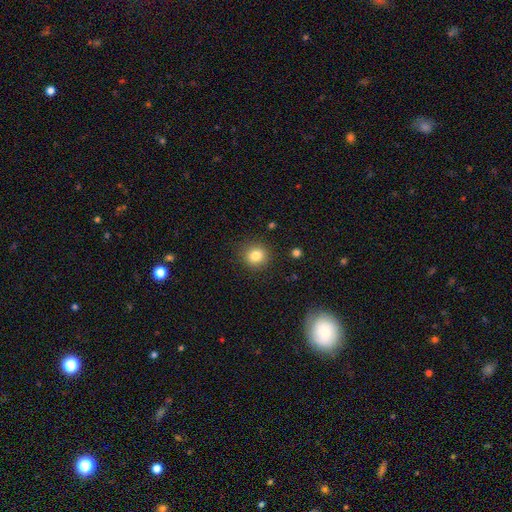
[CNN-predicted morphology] smooth 82%, star or artifact 11%, featured or disk 7%. Down the decision tree: how rounded — round (90%); merging — none (89%).